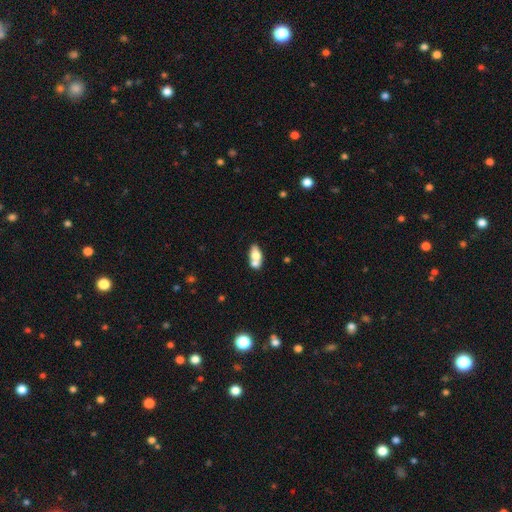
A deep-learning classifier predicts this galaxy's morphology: The model was most divided on "merging": merger: 53%, none: 32%, minor disturbance: 11%, major disturbance: 4%. More confident: how rounded — in between (85%); smooth or featured — smooth (70%).